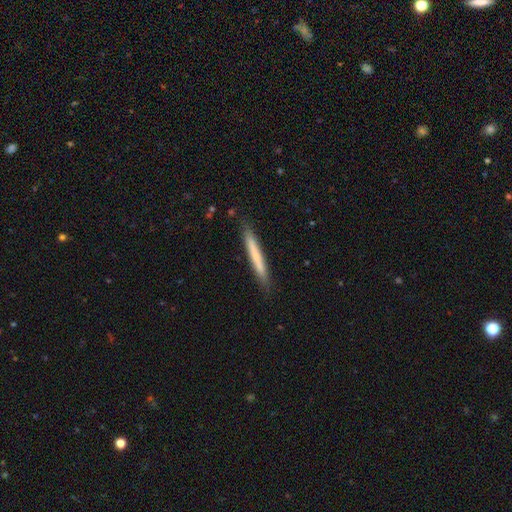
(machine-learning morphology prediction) This appears to be a smooth galaxy with no disk features (65%) that is cigar-shaped (97%). Merging: none (88%).